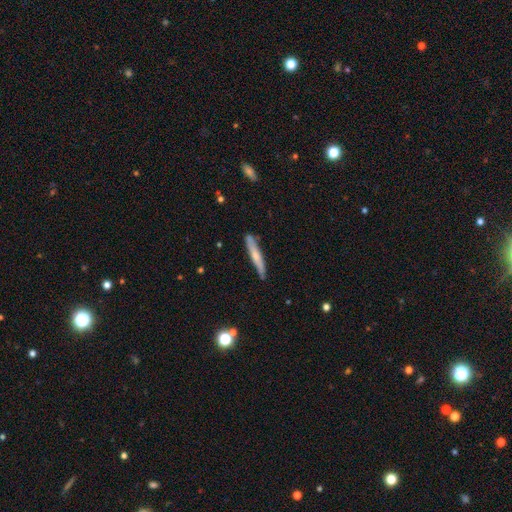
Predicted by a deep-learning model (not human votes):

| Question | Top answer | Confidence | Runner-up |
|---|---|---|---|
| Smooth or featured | smooth | 55% | featured or disk (39%) |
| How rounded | cigar-shaped | 93% | in between (5%) |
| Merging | none | 81% | minor disturbance (14%) |